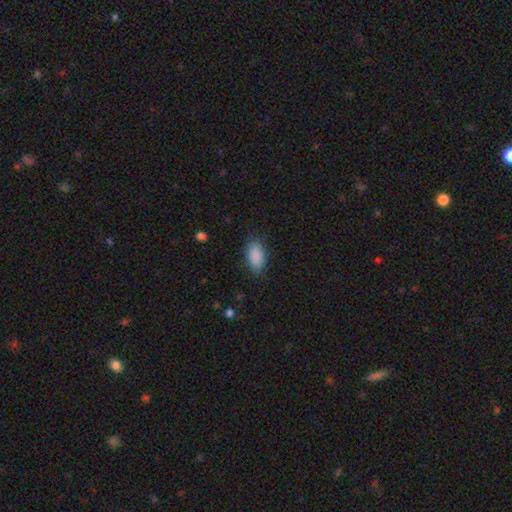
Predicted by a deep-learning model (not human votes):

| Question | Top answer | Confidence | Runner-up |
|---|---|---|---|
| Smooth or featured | smooth | 90% | star or artifact (7%) |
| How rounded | in between | 93% | round (4%) |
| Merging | none | 83% | minor disturbance (13%) |